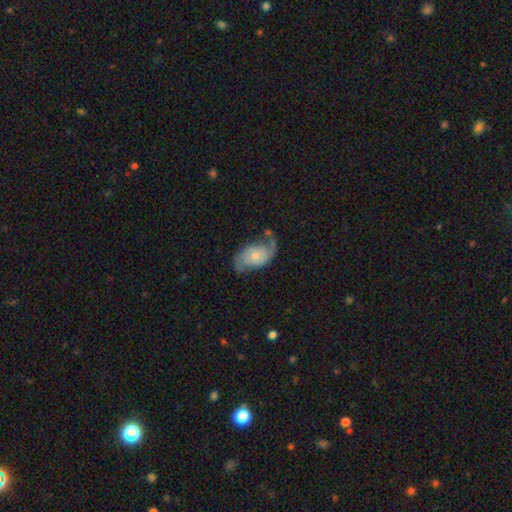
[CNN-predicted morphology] Smooth or featured?
  - featured or disk: 72% *
  - smooth: 22%
  - star or artifact: 6%
Edge-on disk?
  - no: 97% *
  - yes: 3%
Bar?
  - no: 67% *
  - weak: 28%
  - strong: 4%
Spiral arms?
  - yes: 91% *
  - no: 9%
Spiral winding?
  - loose: 47% *
  - medium: 38%
  - tight: 16%
Spiral arm count?
  - 2: 84% *
  - 1: 7%
  - can't tell: 6%
  - 3: 1%
  - 4: 1%
  - more than 4: 1%
Bulge size?
  - small: 47% *
  - moderate: 39%
  - none: 6%
  - large: 6%
  - dominant: 2%
Merging?
  - none: 54% *
  - minor disturbance: 24%
  - major disturbance: 18%
  - merger: 4%